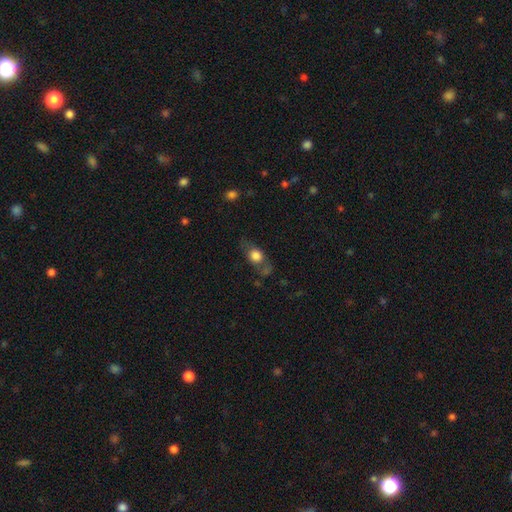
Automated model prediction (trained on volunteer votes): The model was most divided on "how rounded": in between: 48%, round: 44%, cigar-shaped: 8%. More confident: smooth or featured — smooth (65%); merging — none (57%).